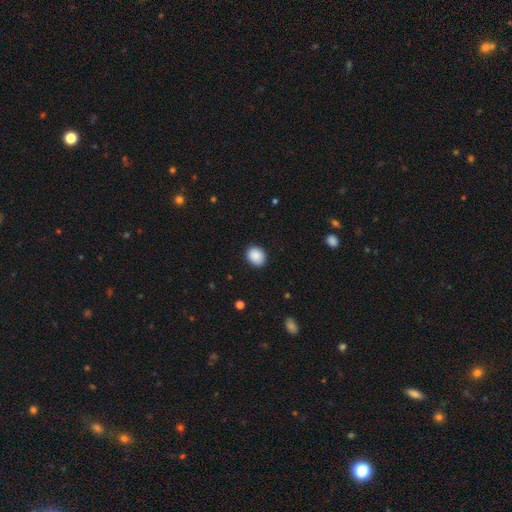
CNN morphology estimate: The model was most divided on "how rounded": round: 58%, in between: 41%, cigar-shaped: 1%. More confident: smooth or featured — smooth (89%); merging — none (89%).